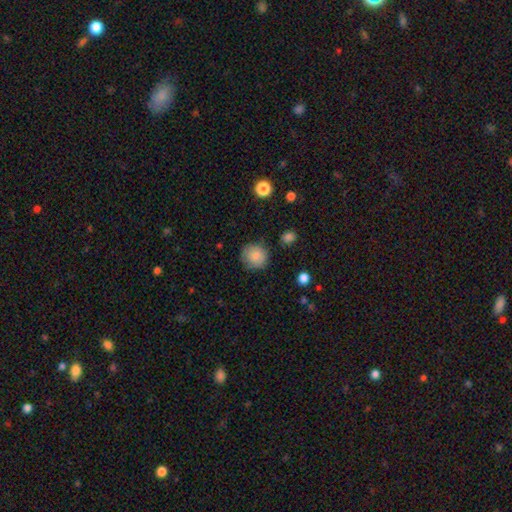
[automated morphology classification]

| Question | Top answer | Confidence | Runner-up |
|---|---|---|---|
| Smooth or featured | smooth | 85% | star or artifact (8%) |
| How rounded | round | 87% | in between (12%) |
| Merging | none | 80% | minor disturbance (14%) |